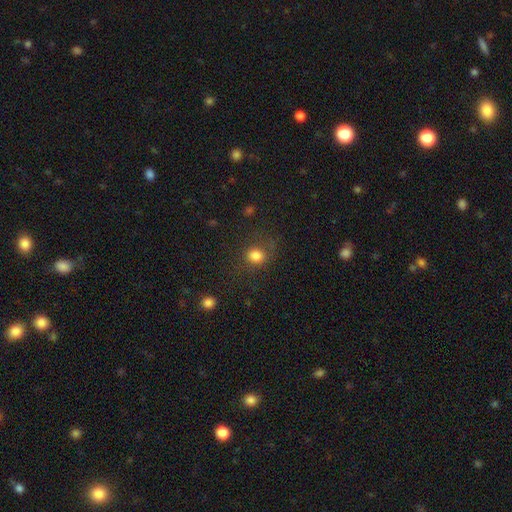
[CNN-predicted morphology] A smooth galaxy with no disk features (82%) that is round (67%). Merging: none (73%).